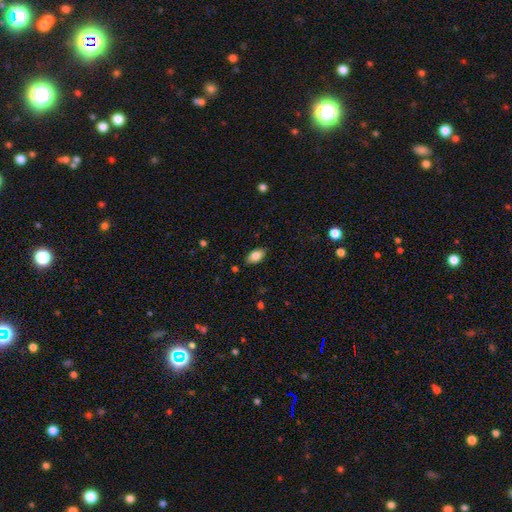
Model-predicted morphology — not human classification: Smooth or featured? Predicted: smooth (p=0.81). How rounded? Predicted: in between (p=0.91). Merging? Predicted: none (p=0.85).